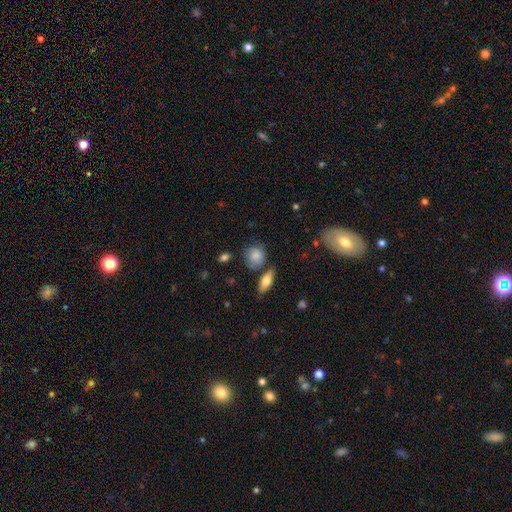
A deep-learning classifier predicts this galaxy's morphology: smooth_or_featured: smooth (p=0.77) [alt: featured or disk p=0.15]
how_rounded: round (p=0.73) [alt: in between p=0.25]
merging: none (p=0.63) [alt: minor disturbance p=0.22]